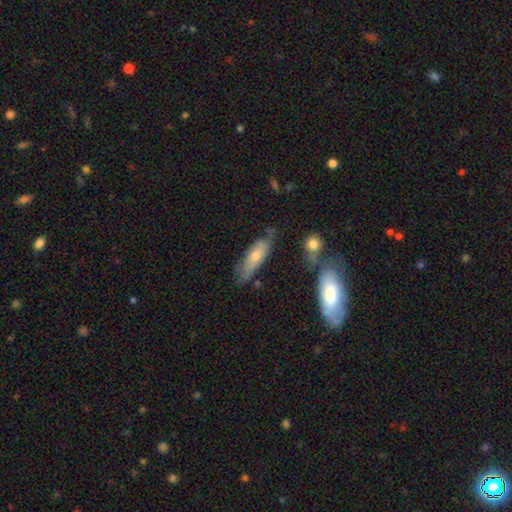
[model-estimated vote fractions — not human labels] smooth_or_featured: smooth (p=0.59) [alt: featured or disk p=0.33]
how_rounded: cigar-shaped (p=0.54) [alt: in between p=0.44]
merging: none (p=0.62) [alt: minor disturbance p=0.25]